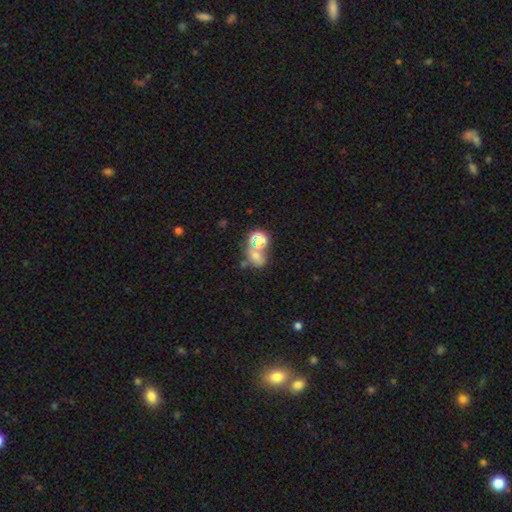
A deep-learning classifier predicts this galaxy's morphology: Q: Smooth or featured?
A: smooth (53%); runner-up: star or artifact (30%)
Q: How rounded?
A: in between (53%); runner-up: round (45%)
Q: Merging?
A: none (39%); runner-up: merger (37%)